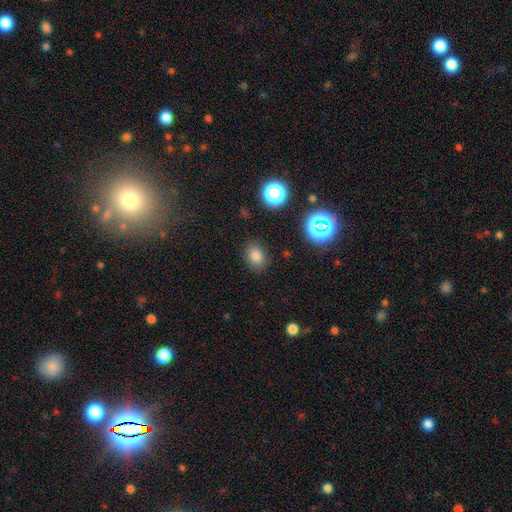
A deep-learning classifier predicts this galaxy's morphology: A smooth galaxy with no disk features (78%) that is in between round and cigar-shaped (58%).

Vote fractions:
- Smooth or featured? smooth: 78% / star or artifact: 15% / featured or disk: 7%
- How rounded? in between: 58% / round: 41% / cigar-shaped: 1%
- Merging? none: 85% / minor disturbance: 10% / major disturbance: 3% / merger: 2%